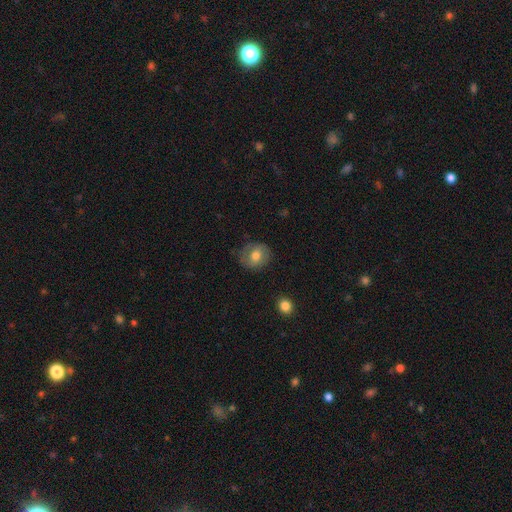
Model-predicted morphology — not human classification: Smooth or featured? Predicted: smooth (p=0.72). How rounded? Predicted: round (p=0.70). Merging? Predicted: none (p=0.78).